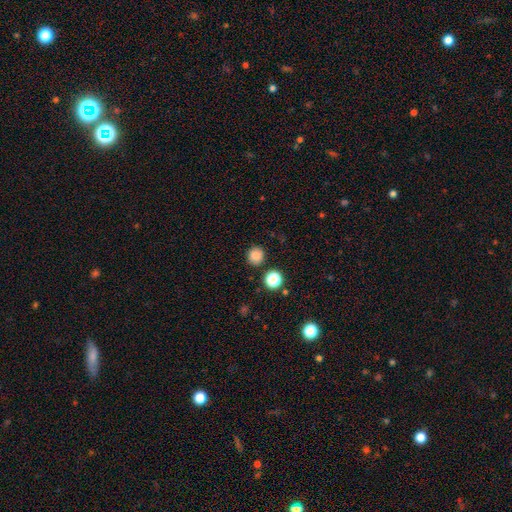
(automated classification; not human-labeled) A smooth galaxy with no disk features (83%) that is round (91%). Merging: none (87%).